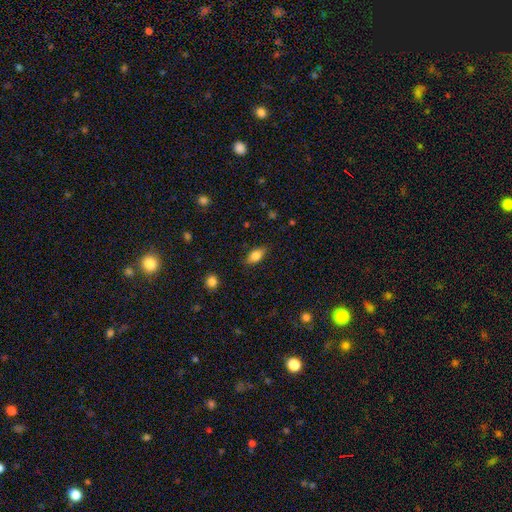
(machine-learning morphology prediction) smooth 81%, featured or disk 11%, star or artifact 8%. Down the decision tree: how rounded — in between (86%); merging — none (82%).